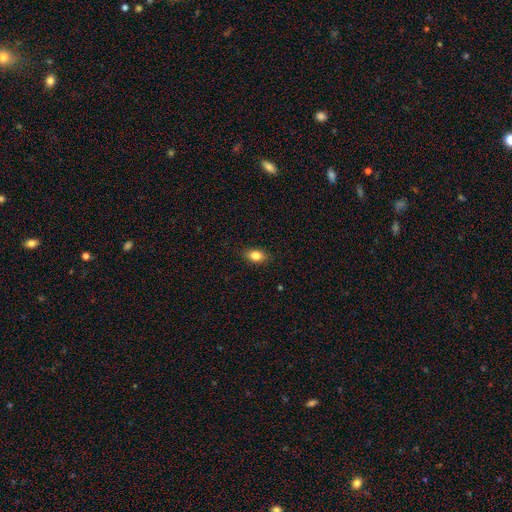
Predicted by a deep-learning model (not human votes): A smooth galaxy with no disk features (83%) that is in between round and cigar-shaped (84%). Merging: none (87%).